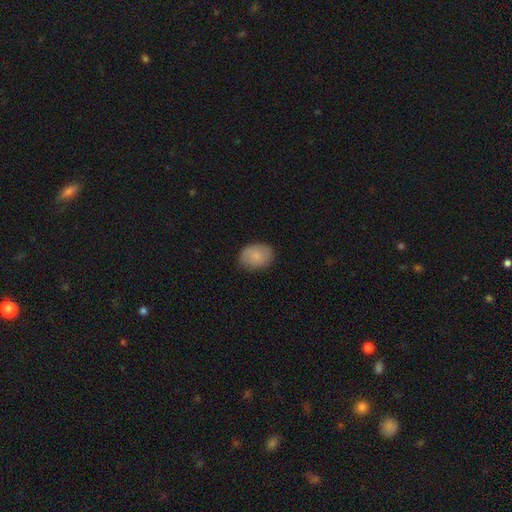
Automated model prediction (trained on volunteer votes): A smooth galaxy with no disk features (80%) that is in between round and cigar-shaped (63%).

Vote fractions:
- Smooth or featured? smooth: 80% / featured or disk: 12% / star or artifact: 7%
- How rounded? in between: 63% / round: 36% / cigar-shaped: 1%
- Merging? none: 81% / minor disturbance: 14% / major disturbance: 3% / merger: 1%